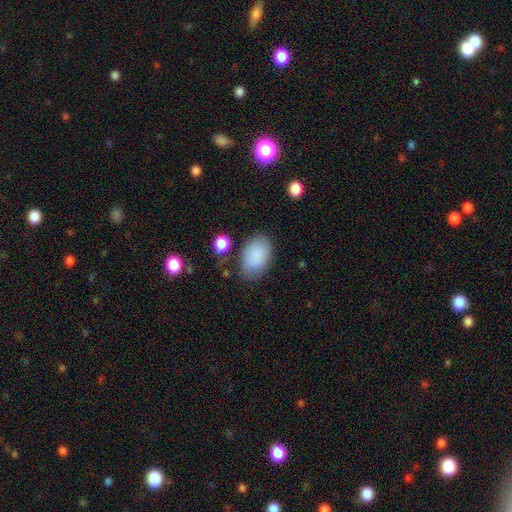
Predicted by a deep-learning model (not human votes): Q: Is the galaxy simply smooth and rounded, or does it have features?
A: smooth — 88%.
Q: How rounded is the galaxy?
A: in between — 88%.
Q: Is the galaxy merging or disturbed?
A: none — 72%.